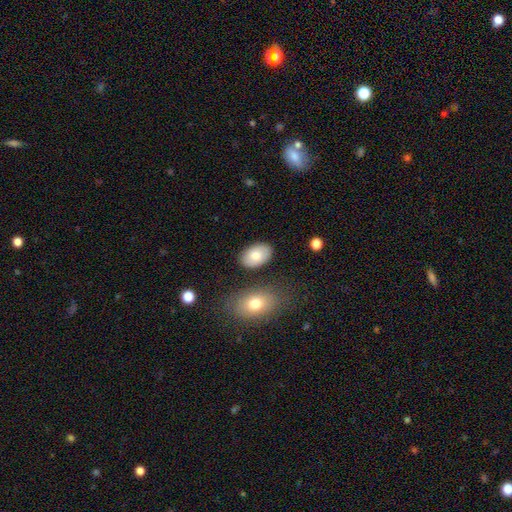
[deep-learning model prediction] smooth-or-featured: smooth: 79% | featured or disk: 14% | star or artifact: 7%
  how-rounded: in between: 90% | round: 8% | cigar-shaped: 1%
  merging: none: 81% | minor disturbance: 11% | merger: 5% | major disturbance: 3%